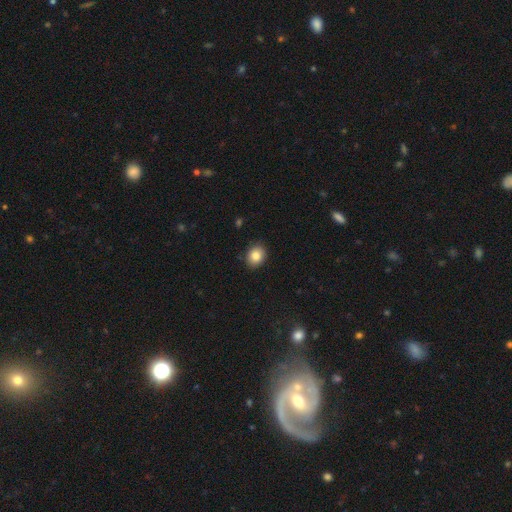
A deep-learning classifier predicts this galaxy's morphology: Q: Smooth or featured?
A: smooth (85%); runner-up: star or artifact (9%)
Q: How rounded?
A: round (56%); runner-up: in between (43%)
Q: Merging?
A: none (88%); runner-up: minor disturbance (9%)